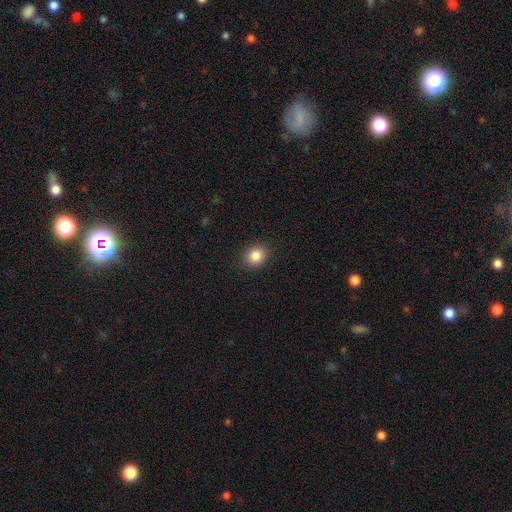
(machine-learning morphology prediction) Smooth or featured? smooth (85%)
How rounded? round (71%)
Merging? none (89%)